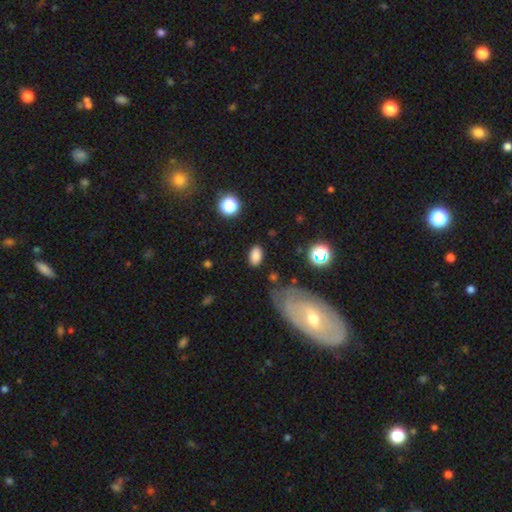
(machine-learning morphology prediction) Overall: smooth (82%). How rounded: in between (91%). Merging: none (83%).